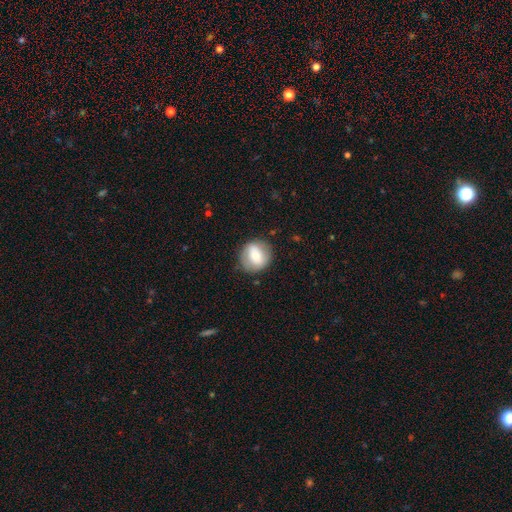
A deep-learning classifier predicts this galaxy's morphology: Smooth or featured? Predicted: smooth (p=0.61). How rounded? Predicted: round (p=0.83). Merging? Predicted: none (p=0.80).